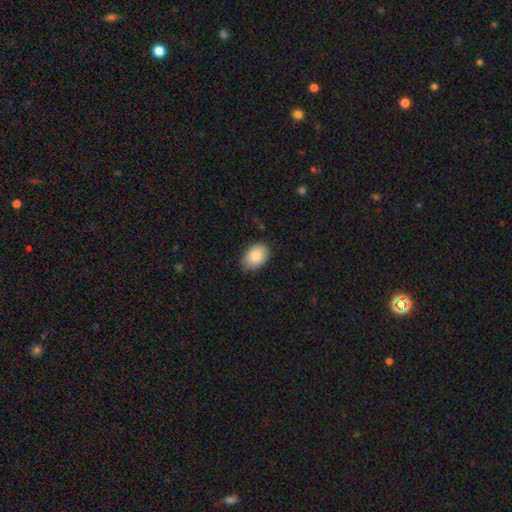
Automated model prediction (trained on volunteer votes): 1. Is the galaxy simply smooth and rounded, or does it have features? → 86% smooth, 7% featured or disk, 7% star or artifact.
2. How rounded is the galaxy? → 85% in between, 14% round, 1% cigar-shaped.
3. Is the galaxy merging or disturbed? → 82% none, 15% minor disturbance, 2% major disturbance, 1% merger.